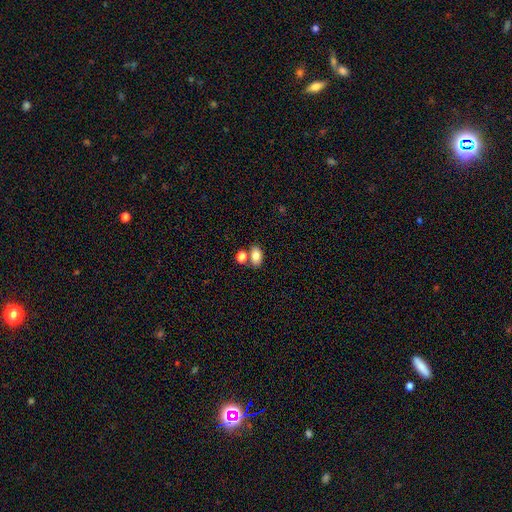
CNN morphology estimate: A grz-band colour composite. It shows a smooth galaxy with no disk features (83%) that is in between round and cigar-shaped (84%). Merging: none (60%).